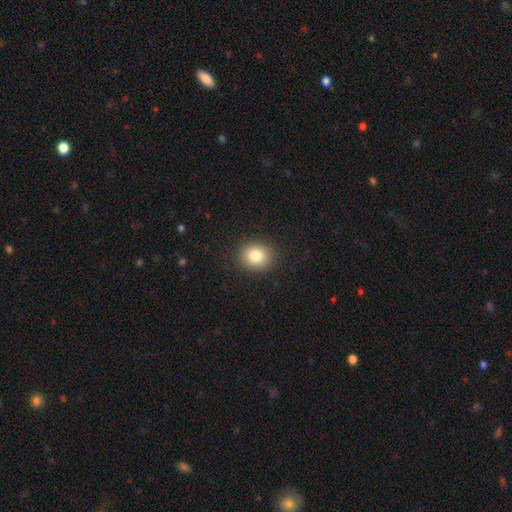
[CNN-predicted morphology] A smooth galaxy with no disk features (82%) that is round (68%).

Vote fractions:
- Smooth or featured? smooth: 82% / star or artifact: 10% / featured or disk: 8%
- How rounded? round: 68% / in between: 32% / cigar-shaped: 1%
- Merging? none: 90% / minor disturbance: 7% / major disturbance: 2% / merger: 1%